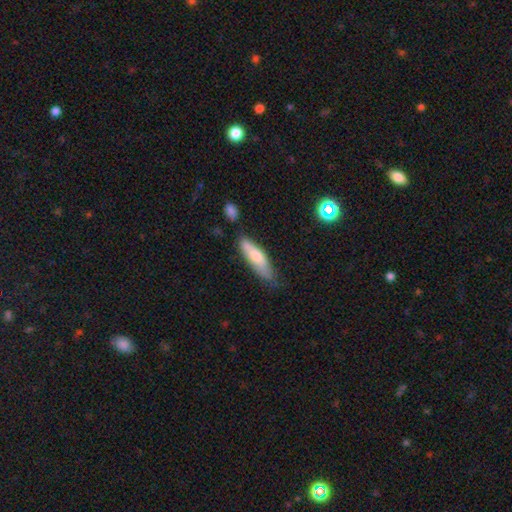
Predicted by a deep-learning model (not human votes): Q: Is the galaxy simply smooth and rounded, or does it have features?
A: smooth — 65%.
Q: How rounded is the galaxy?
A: cigar-shaped — 66%.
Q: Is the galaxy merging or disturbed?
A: none — 68%.